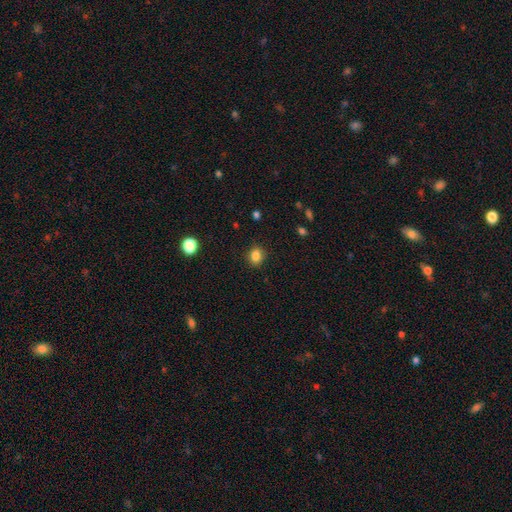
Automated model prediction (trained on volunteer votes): smooth_or_featured: smooth (p=0.84) [alt: star or artifact p=0.11]
how_rounded: round (p=0.58) [alt: in between p=0.41]
merging: none (p=0.88) [alt: minor disturbance p=0.08]